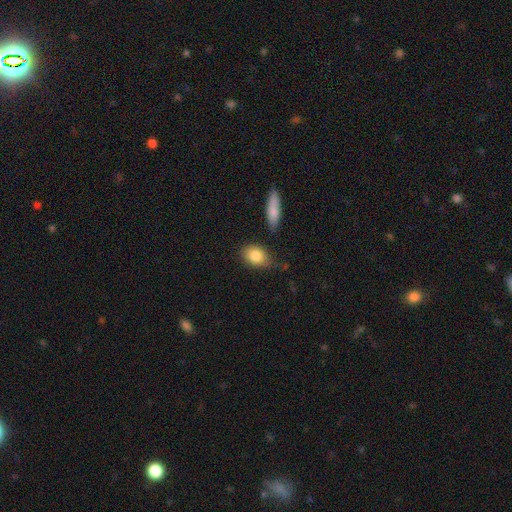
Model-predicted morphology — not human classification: Smooth or featured: smooth — 84% (featured or disk — 9%)
How rounded: in between — 77% (round — 20%)
Merging: none — 70% (minor disturbance — 20%)